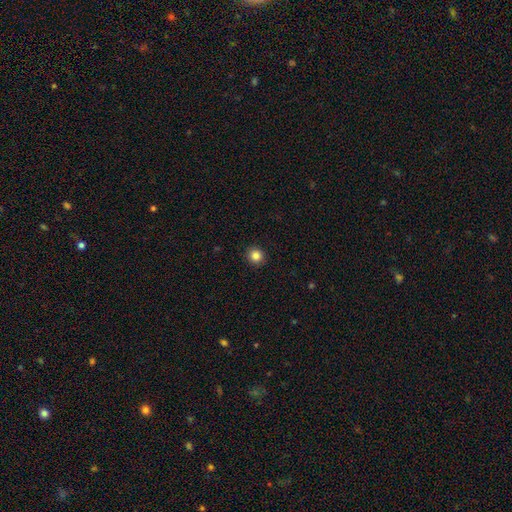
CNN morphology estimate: This appears to be a smooth galaxy with no disk features (85%) that is round (91%). Merging: none (92%).